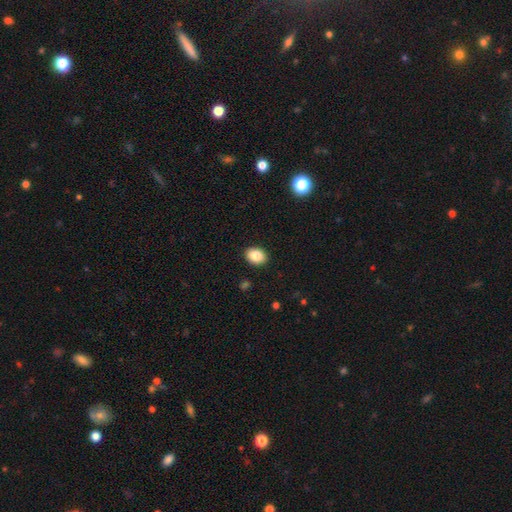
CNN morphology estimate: This is clearly a smooth galaxy (86%). How rounded: likely in between (70%). Merging: clearly none (90%).